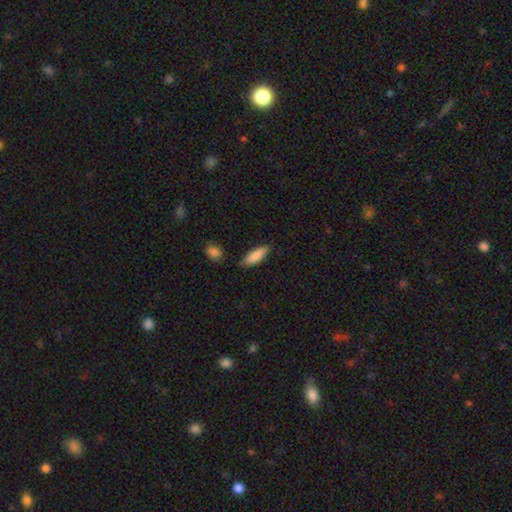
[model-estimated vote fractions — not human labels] The model was most divided on "how rounded": in between: 56%, cigar-shaped: 43%, round: 2%. More confident: smooth or featured — smooth (86%); merging — none (79%).